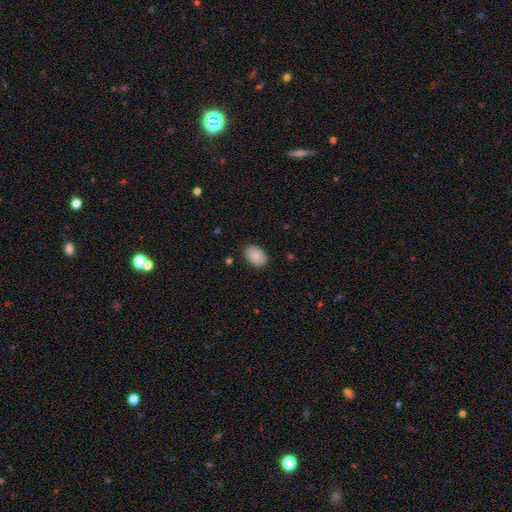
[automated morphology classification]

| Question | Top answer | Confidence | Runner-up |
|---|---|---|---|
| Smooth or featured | smooth | 85% | featured or disk (8%) |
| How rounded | in between | 86% | round (13%) |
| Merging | none | 85% | minor disturbance (12%) |